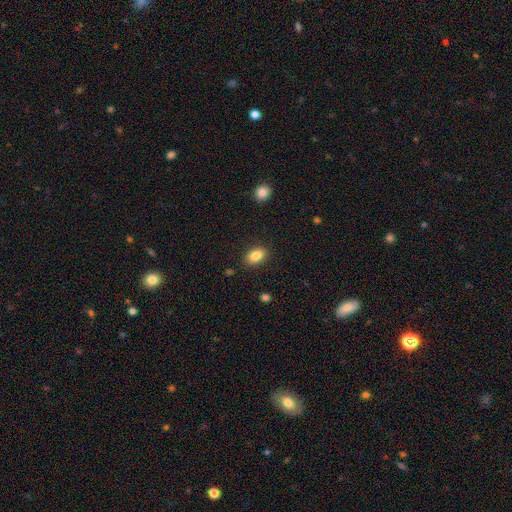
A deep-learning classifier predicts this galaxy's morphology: Smooth or featured? smooth (85%)
How rounded? in between (86%)
Merging? none (87%)